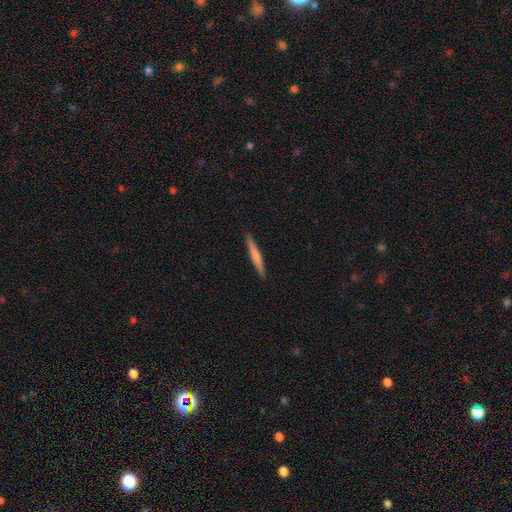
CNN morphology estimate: Smooth or featured?
  - smooth: 60% *
  - featured or disk: 35%
  - star or artifact: 5%
How rounded?
  - cigar-shaped: 96% *
  - in between: 3%
  - round: 1%
Merging?
  - none: 91% *
  - minor disturbance: 6%
  - major disturbance: 1%
  - merger: 1%